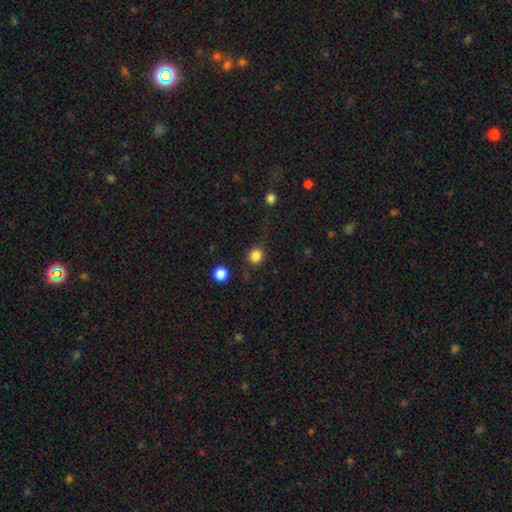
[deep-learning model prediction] Overall: smooth (84%). How rounded: round (87%). Merging: none (82%).